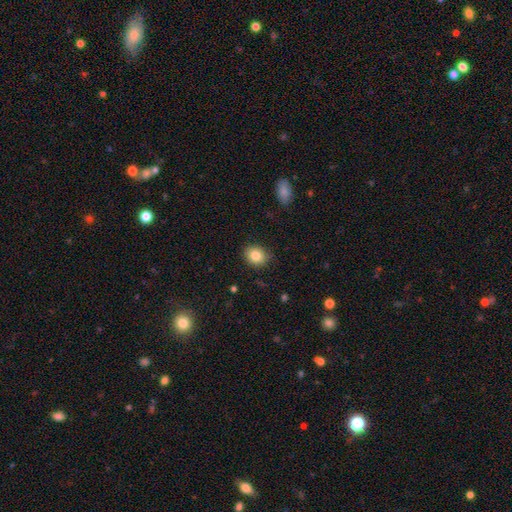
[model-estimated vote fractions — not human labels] Smooth or featured? Predicted: smooth (p=0.84). How rounded? Predicted: round (p=0.69). Merging? Predicted: none (p=0.85).